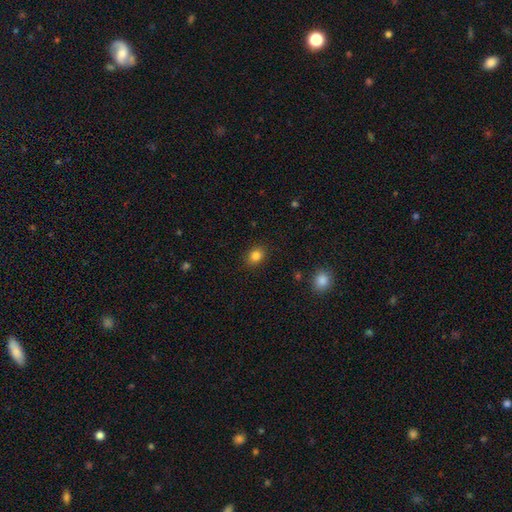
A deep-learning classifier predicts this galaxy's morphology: smooth-or-featured: smooth: 83% | star or artifact: 12% | featured or disk: 6%
  how-rounded: in between: 50% | round: 49% | cigar-shaped: 1%
  merging: none: 88% | minor disturbance: 8% | major disturbance: 2% | merger: 1%